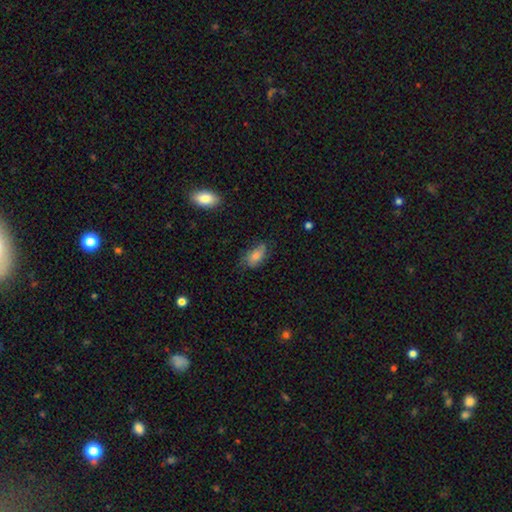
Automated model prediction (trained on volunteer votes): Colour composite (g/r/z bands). It shows a smooth galaxy with no disk features (71%) that is in between round and cigar-shaped (87%). Merging: none (59%).